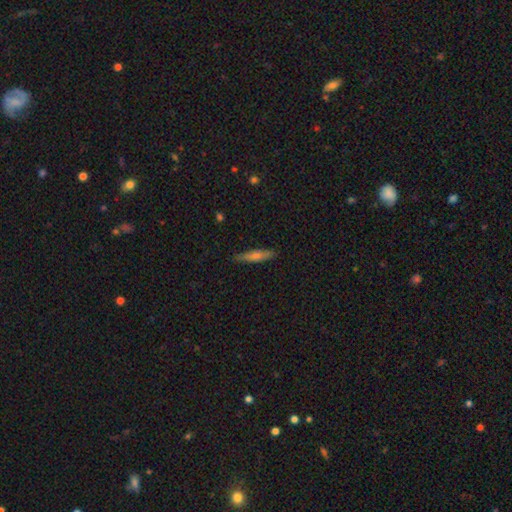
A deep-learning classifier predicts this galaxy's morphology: Smooth or featured?
  - smooth: 47% *
  - featured or disk: 45%
  - star or artifact: 8%
Merging?
  - none: 88% *
  - minor disturbance: 9%
  - major disturbance: 2%
  - merger: 1%